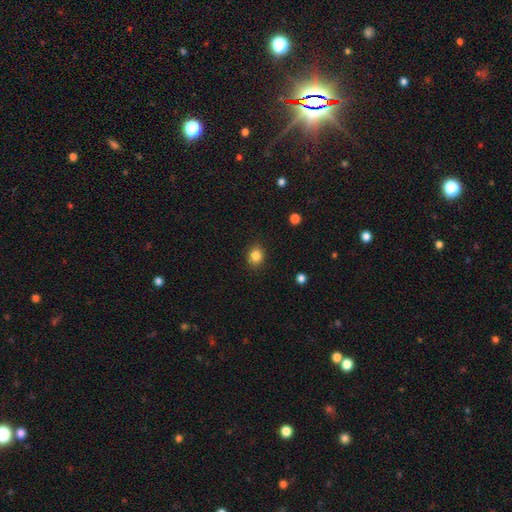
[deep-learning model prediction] Q: Smooth or featured?
A: smooth (85%); runner-up: star or artifact (11%)
Q: How rounded?
A: round (71%); runner-up: in between (28%)
Q: Merging?
A: none (89%); runner-up: minor disturbance (7%)